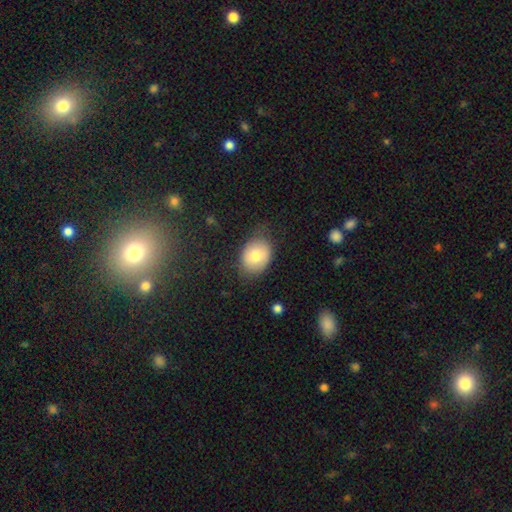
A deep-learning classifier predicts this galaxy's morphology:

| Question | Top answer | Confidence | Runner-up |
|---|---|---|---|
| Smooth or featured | smooth | 76% | featured or disk (17%) |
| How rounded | in between | 64% | round (36%) |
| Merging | none | 70% | minor disturbance (22%) |